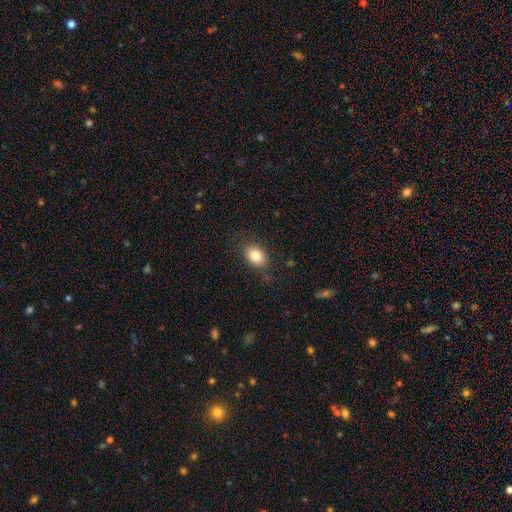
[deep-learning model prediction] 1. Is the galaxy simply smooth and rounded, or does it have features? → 83% smooth, 9% featured or disk, 9% star or artifact.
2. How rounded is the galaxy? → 80% in between, 18% round, 1% cigar-shaped.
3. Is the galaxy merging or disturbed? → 82% none, 13% minor disturbance, 3% major disturbance, 1% merger.